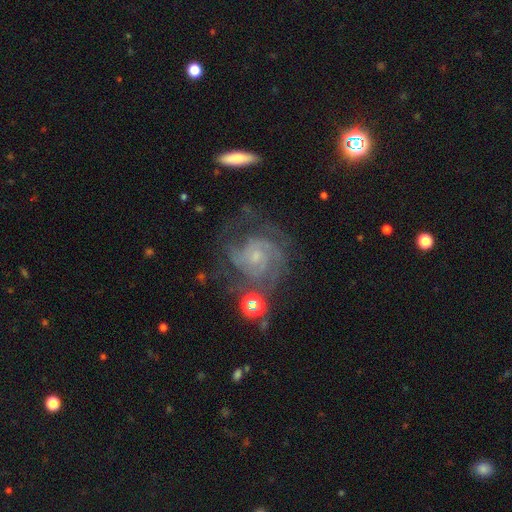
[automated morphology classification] Smooth or featured: featured or disk — 86% (smooth — 7%)
Edge-on disk: no — 97% (yes — 3%)
Bar: no — 63% (weak — 31%)
Spiral arms: yes — 96% (no — 4%)
Spiral winding: tight — 59% (medium — 34%)
Spiral arm count: 2 — 35% (3 — 24%)
Bulge size: small — 68% (moderate — 20%)
Merging: none — 62% (minor disturbance — 18%)